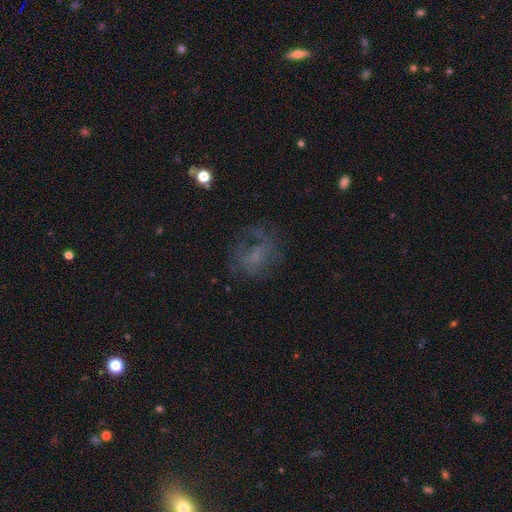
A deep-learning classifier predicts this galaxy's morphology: Smooth or featured?
  - featured or disk: 43% *
  - smooth: 35%
  - star or artifact: 22%
Merging?
  - none: 51% *
  - major disturbance: 28%
  - minor disturbance: 18%
  - merger: 2%